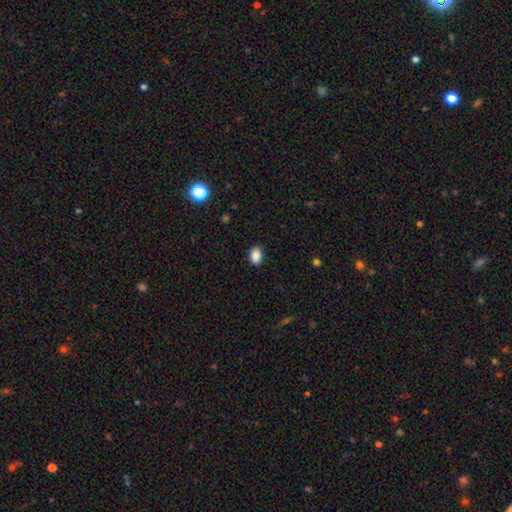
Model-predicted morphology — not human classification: type=smooth (89%); roundness=in between (83%); merging=none (88%).